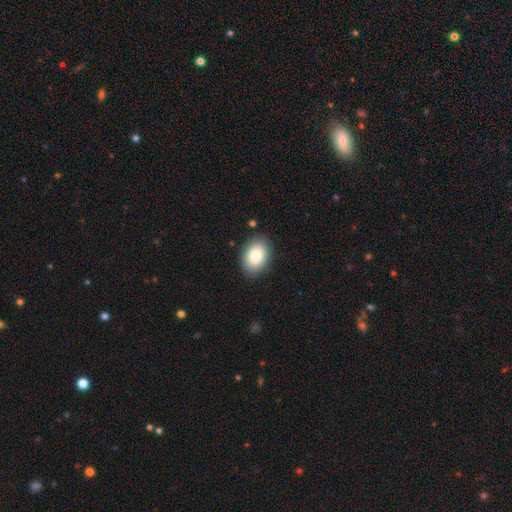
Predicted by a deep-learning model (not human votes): Smooth or featured?
  - smooth: 85% *
  - featured or disk: 7%
  - star or artifact: 7%
How rounded?
  - in between: 80% *
  - round: 19%
  - cigar-shaped: 1%
Merging?
  - none: 86% *
  - minor disturbance: 10%
  - major disturbance: 2%
  - merger: 1%